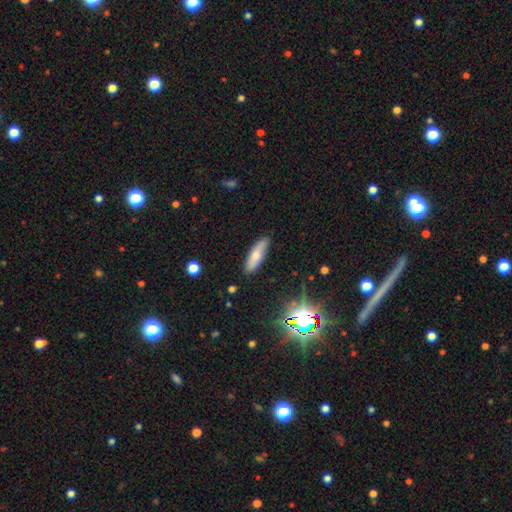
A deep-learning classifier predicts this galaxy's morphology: Smooth or featured?
  - smooth: 70% *
  - featured or disk: 22%
  - star or artifact: 8%
How rounded?
  - cigar-shaped: 53% *
  - in between: 45%
  - round: 2%
Merging?
  - none: 85% *
  - minor disturbance: 11%
  - major disturbance: 2%
  - merger: 2%